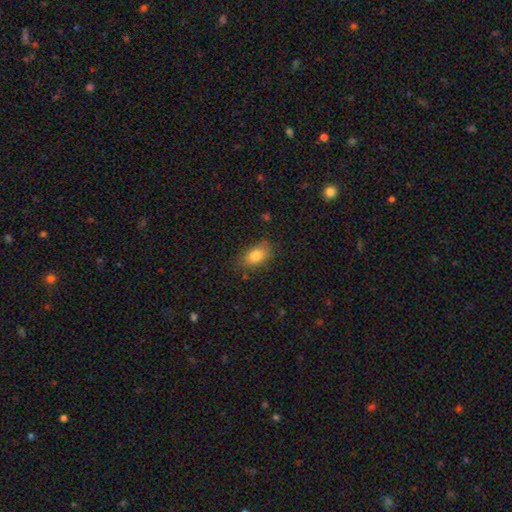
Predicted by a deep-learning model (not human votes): Smooth or featured? smooth (82%)
How rounded? in between (87%)
Merging? none (75%)